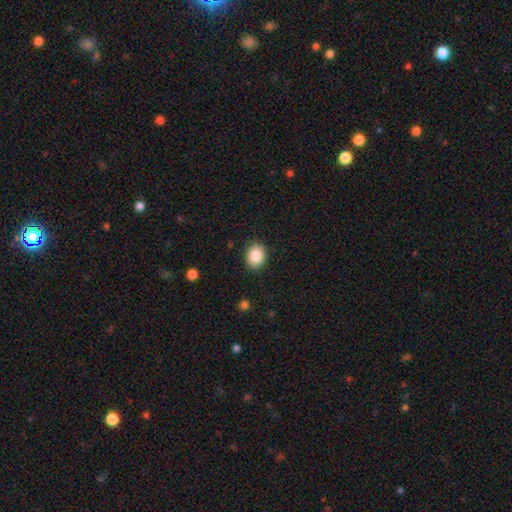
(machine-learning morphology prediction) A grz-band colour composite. It shows a smooth galaxy with no disk features (87%) that is in between round and cigar-shaped (54%). Merging: none (89%).